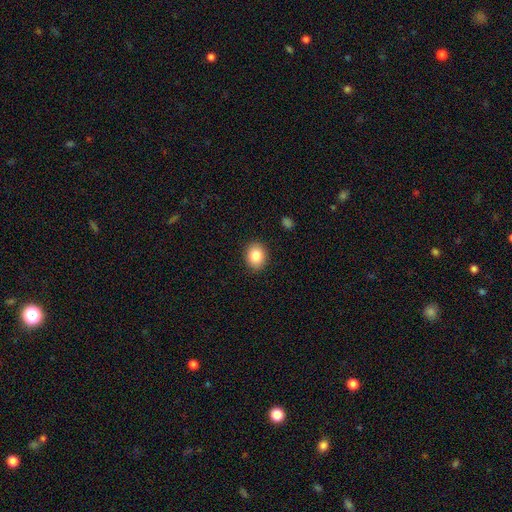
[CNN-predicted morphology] A smooth galaxy with no disk features (85%) that is in between round and cigar-shaped (50%). Merging: none (89%).